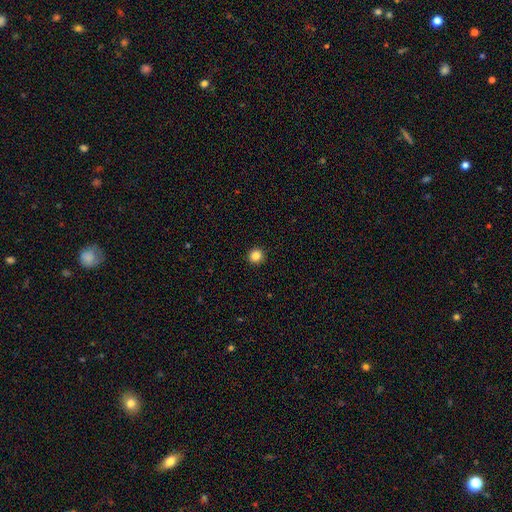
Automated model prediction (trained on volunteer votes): The model was most divided on "smooth or featured": smooth: 85%, star or artifact: 11%, featured or disk: 4%. More confident: how rounded — round (95%); merging — none (94%).